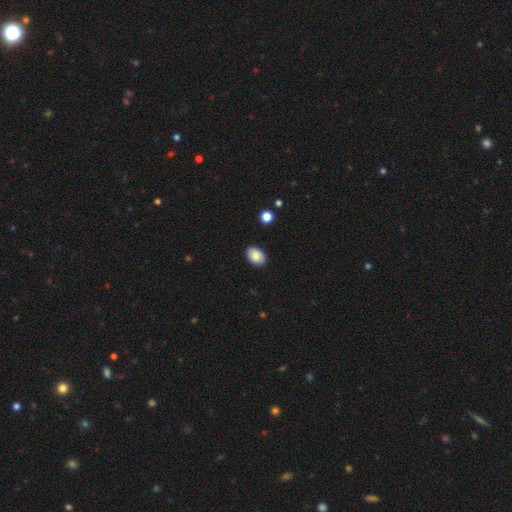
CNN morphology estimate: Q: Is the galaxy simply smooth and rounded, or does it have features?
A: smooth — 87%.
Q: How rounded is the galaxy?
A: in between — 85%.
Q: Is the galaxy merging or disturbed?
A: none — 89%.